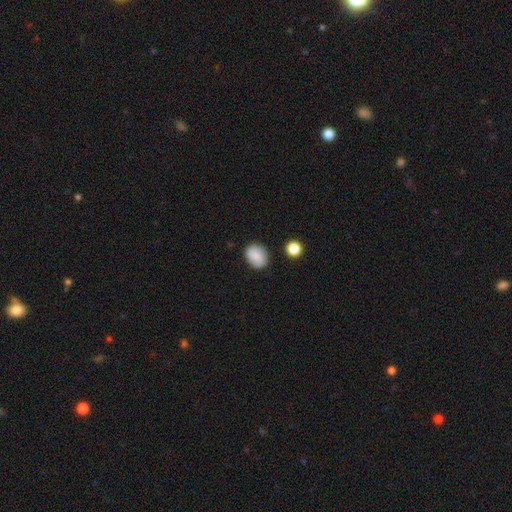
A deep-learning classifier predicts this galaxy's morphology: Q: Smooth or featured?
A: smooth (84%); runner-up: star or artifact (8%)
Q: How rounded?
A: in between (57%); runner-up: round (42%)
Q: Merging?
A: none (78%); runner-up: minor disturbance (16%)